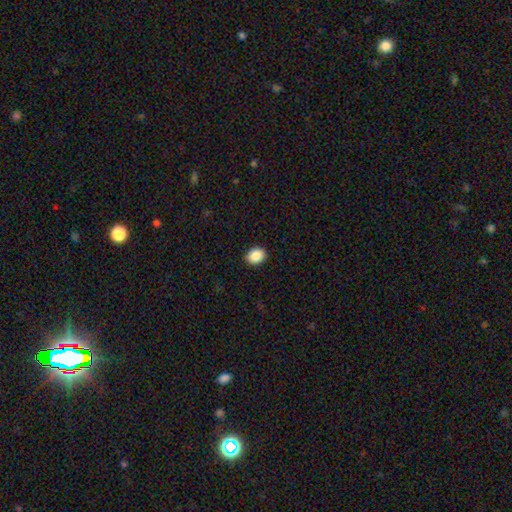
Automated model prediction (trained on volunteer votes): Smooth or featured? smooth (88%)
How rounded? in between (54%)
Merging? none (91%)